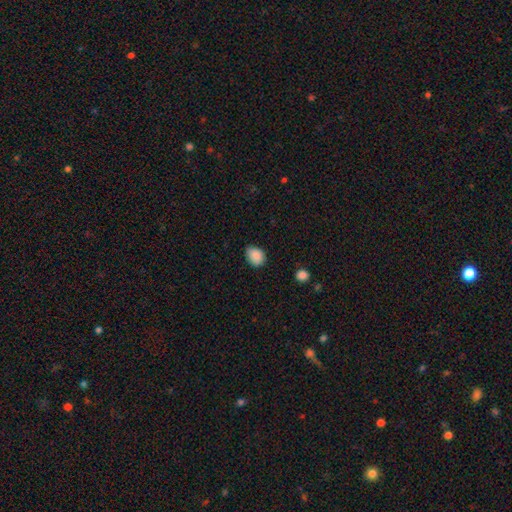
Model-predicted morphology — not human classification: This is clearly a smooth galaxy (88%). How rounded: possibly in between (54%). Merging: likely none (73%).